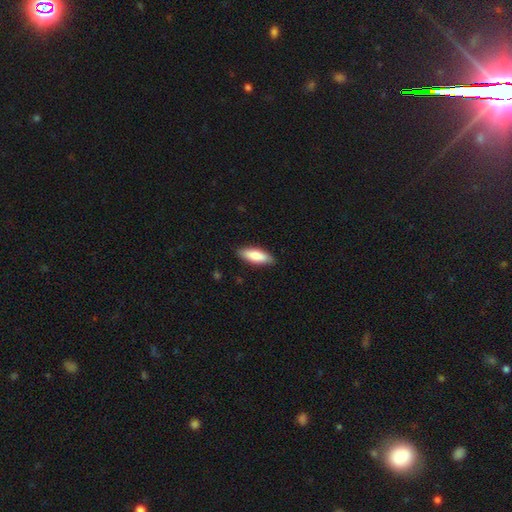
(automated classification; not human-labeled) This appears to be a smooth galaxy with no disk features (83%) that is in between round and cigar-shaped (65%). Merging: none (87%).